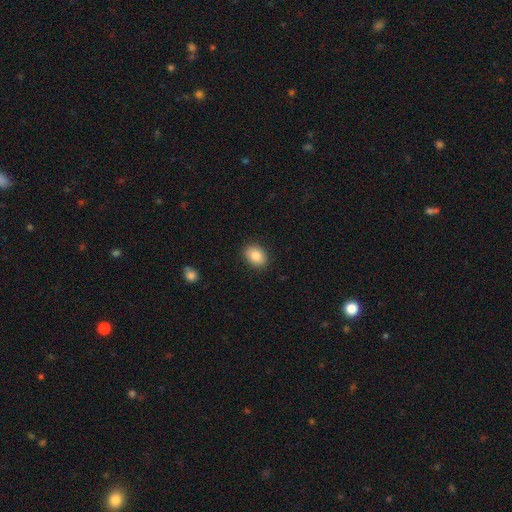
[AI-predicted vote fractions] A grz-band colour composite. It shows a smooth galaxy with no disk features (84%) that is in between round and cigar-shaped (65%). Merging: none (89%).